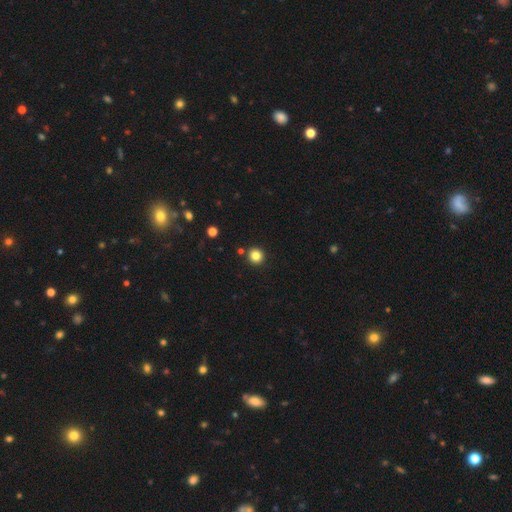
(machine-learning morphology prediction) A smooth galaxy with no disk features (84%) that is round (93%). Merging: none (89%).